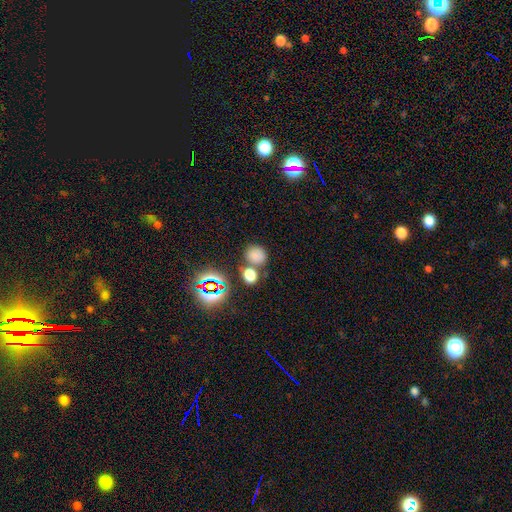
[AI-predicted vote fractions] Q: Smooth or featured?
A: smooth (73%); runner-up: star or artifact (20%)
Q: How rounded?
A: round (70%); runner-up: in between (29%)
Q: Merging?
A: none (65%); runner-up: merger (20%)